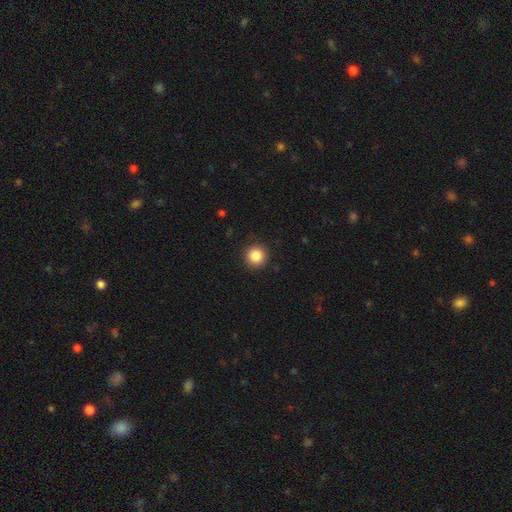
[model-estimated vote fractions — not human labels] smooth-or-featured: smooth: 86% | star or artifact: 10% | featured or disk: 4%
  how-rounded: round: 95% | in between: 4% | cigar-shaped: 1%
  merging: none: 92% | minor disturbance: 5% | major disturbance: 2% | merger: 1%